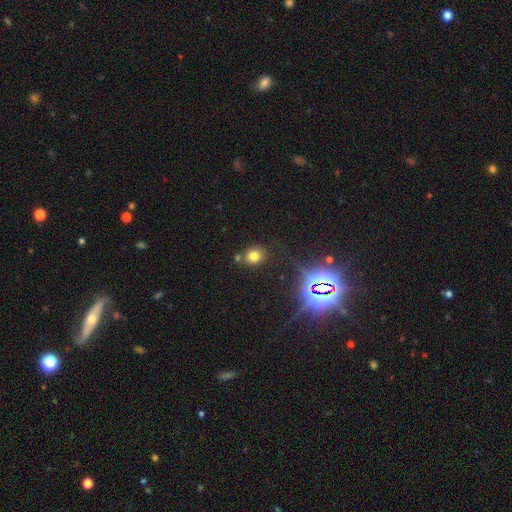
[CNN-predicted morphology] Smooth or featured? smooth (60%)
How rounded? round (78%)
Merging? none (79%)